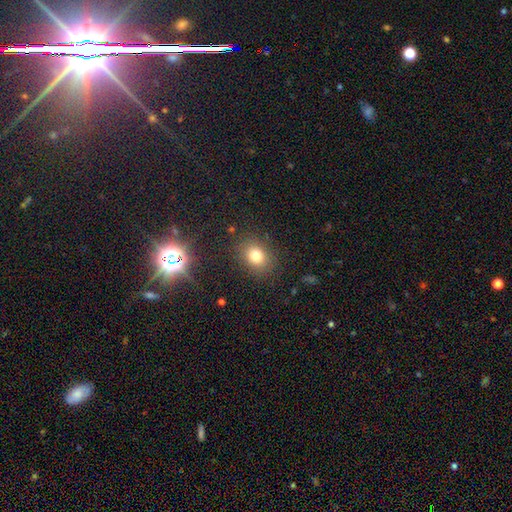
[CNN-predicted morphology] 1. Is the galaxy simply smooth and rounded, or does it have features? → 77% smooth, 15% star or artifact, 8% featured or disk.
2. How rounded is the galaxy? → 55% round, 44% in between, 1% cigar-shaped.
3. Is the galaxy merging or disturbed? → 84% none, 10% minor disturbance, 4% major disturbance, 2% merger.